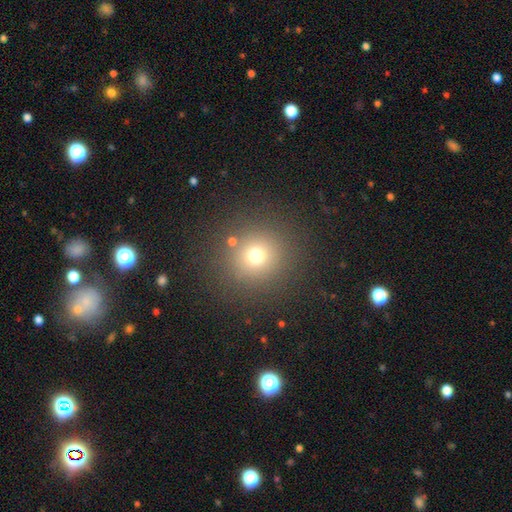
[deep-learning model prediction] A smooth galaxy with no disk features (70%) that is round (92%).

Vote fractions:
- Smooth or featured? smooth: 70% / star or artifact: 20% / featured or disk: 10%
- How rounded? round: 92% / in between: 7% / cigar-shaped: 1%
- Merging? none: 85% / minor disturbance: 7% / major disturbance: 4% / merger: 3%